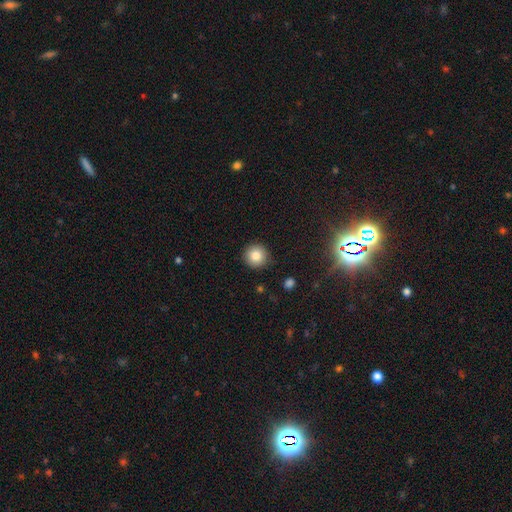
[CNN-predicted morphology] Smooth or featured: smooth — 83% (star or artifact — 10%)
How rounded: round — 95% (in between — 4%)
Merging: none — 90% (minor disturbance — 7%)